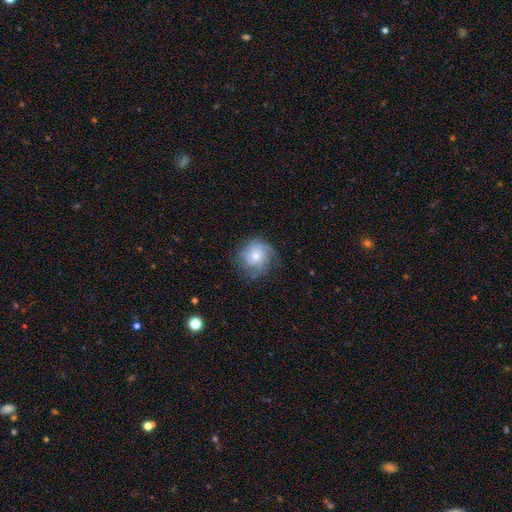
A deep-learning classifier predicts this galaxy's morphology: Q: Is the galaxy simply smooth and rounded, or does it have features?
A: smooth — 46%.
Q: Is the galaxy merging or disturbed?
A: none — 60%.